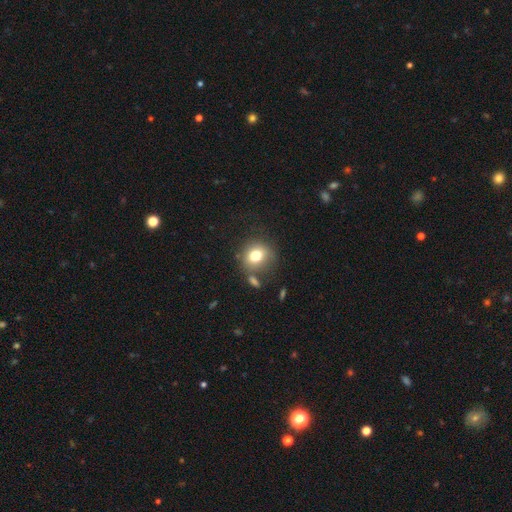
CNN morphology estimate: smooth_or_featured: smooth (p=0.76) [alt: star or artifact p=0.12]
how_rounded: round (p=0.77) [alt: in between p=0.22]
merging: none (p=0.70) [alt: minor disturbance p=0.14]